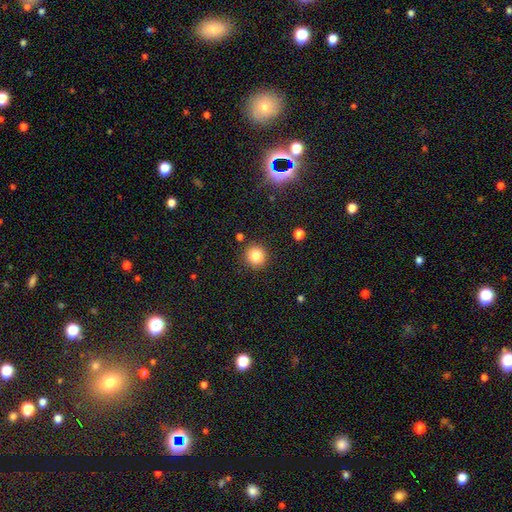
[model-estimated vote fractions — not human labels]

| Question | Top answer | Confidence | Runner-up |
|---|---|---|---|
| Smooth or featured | smooth | 83% | star or artifact (11%) |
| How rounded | round | 92% | in between (7%) |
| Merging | none | 89% | minor disturbance (7%) |